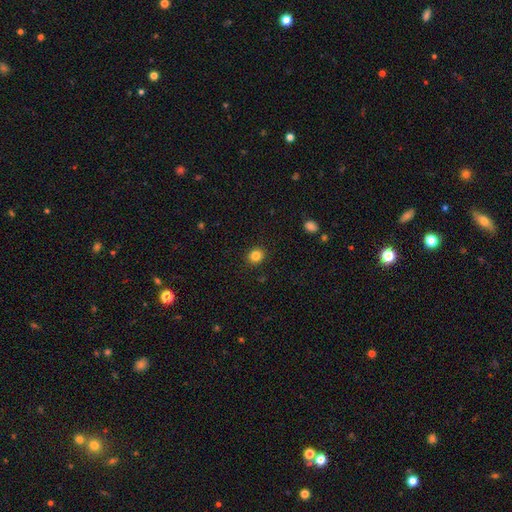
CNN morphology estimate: Q: Smooth or featured?
A: smooth (84%); runner-up: star or artifact (11%)
Q: How rounded?
A: round (83%); runner-up: in between (17%)
Q: Merging?
A: none (91%); runner-up: minor disturbance (6%)